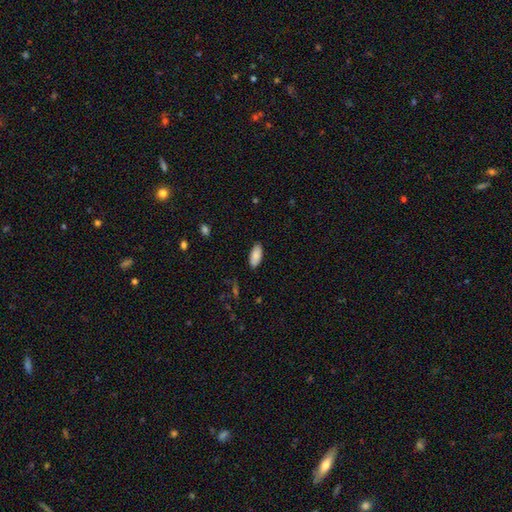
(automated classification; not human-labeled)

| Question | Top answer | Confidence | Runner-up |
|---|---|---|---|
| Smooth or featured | smooth | 88% | star or artifact (6%) |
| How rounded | in between | 88% | cigar-shaped (10%) |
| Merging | none | 87% | minor disturbance (10%) |